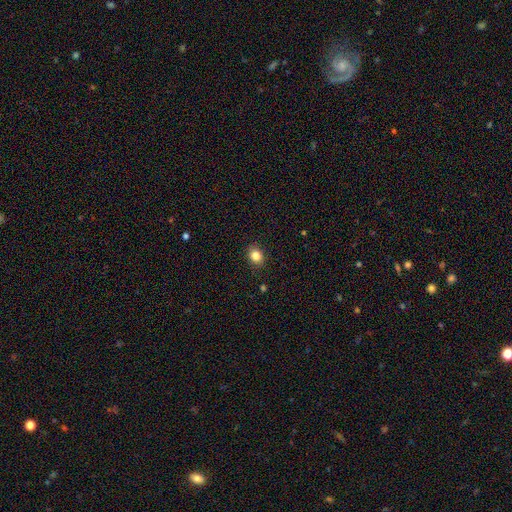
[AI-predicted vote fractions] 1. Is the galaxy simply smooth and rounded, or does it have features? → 84% smooth, 11% star or artifact, 6% featured or disk.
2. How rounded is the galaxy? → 56% round, 43% in between, 1% cigar-shaped.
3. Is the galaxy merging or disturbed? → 89% none, 8% minor disturbance, 2% major disturbance, 1% merger.